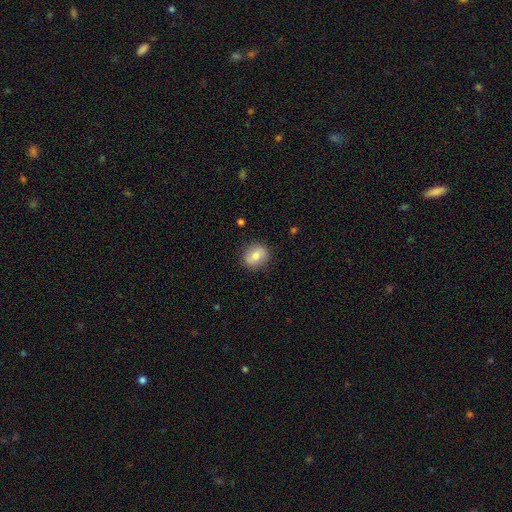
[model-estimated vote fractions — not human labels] Overall: smooth (77%). How rounded: round (71%). Merging: none (86%).